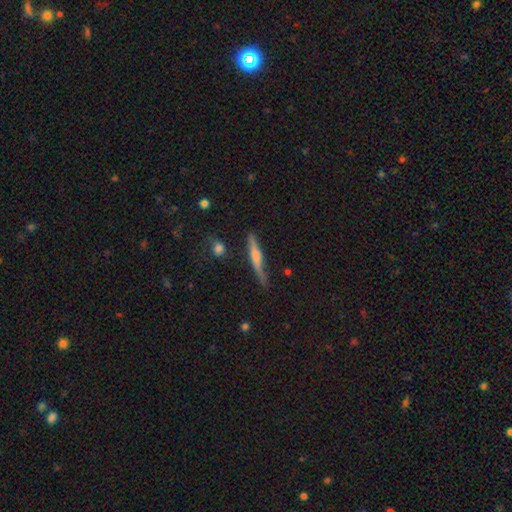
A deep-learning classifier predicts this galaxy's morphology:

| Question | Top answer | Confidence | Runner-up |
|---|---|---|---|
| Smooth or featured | featured or disk | 56% | smooth (37%) |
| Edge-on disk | yes | 96% | no (4%) |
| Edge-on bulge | rounded | 65% | none (22%) |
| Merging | none | 78% | minor disturbance (16%) |